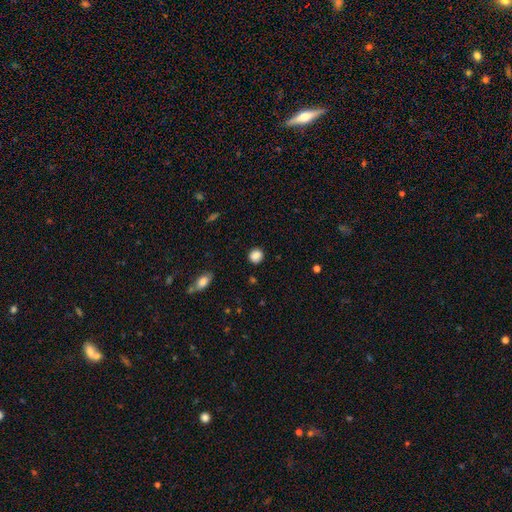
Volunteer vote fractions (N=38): This appears to be a smooth galaxy with no disk features (82%) that is round (84%). Merging: none (94%).